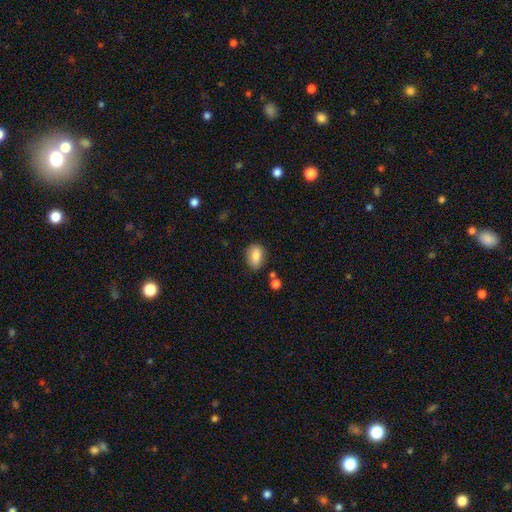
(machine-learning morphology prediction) Q: Smooth or featured?
A: smooth (83%); runner-up: featured or disk (9%)
Q: How rounded?
A: in between (78%); runner-up: round (20%)
Q: Merging?
A: none (77%); runner-up: minor disturbance (16%)